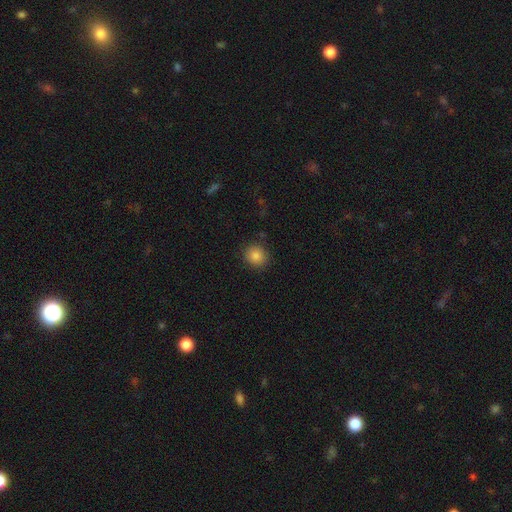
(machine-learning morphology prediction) Overall: smooth (84%). How rounded: round (82%). Merging: none (88%).